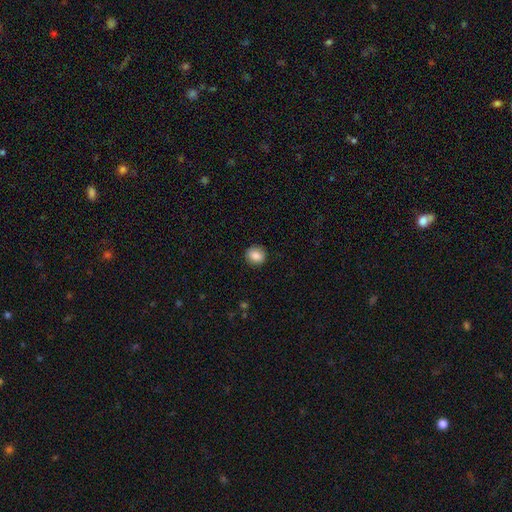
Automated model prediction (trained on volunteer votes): This appears to be a smooth galaxy with no disk features (85%) that is round (81%). Merging: none (90%).